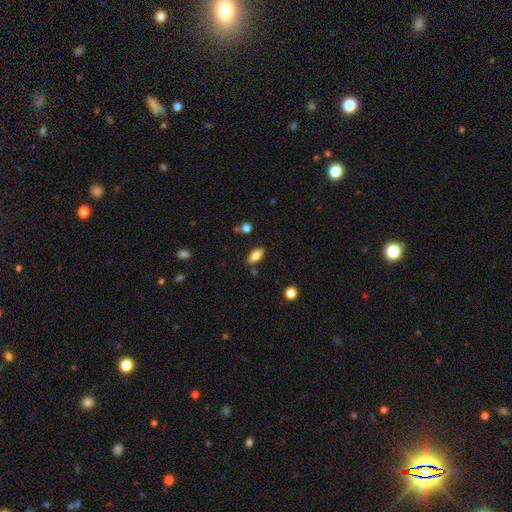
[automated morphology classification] Overall: smooth (75%). How rounded: in between (80%). Merging: none (81%).